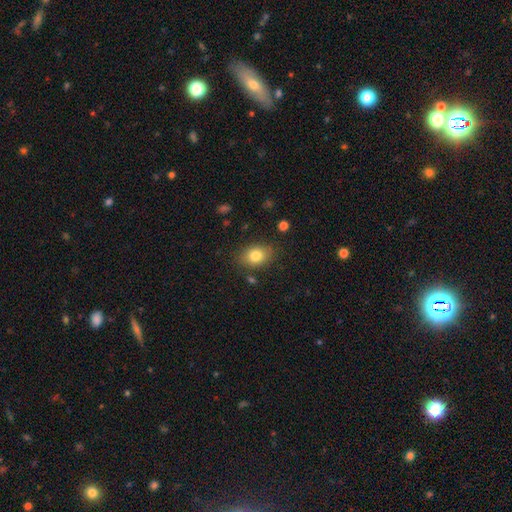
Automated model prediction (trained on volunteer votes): This is clearly a smooth galaxy (81%). How rounded: likely in between (71%). Merging: clearly none (81%).